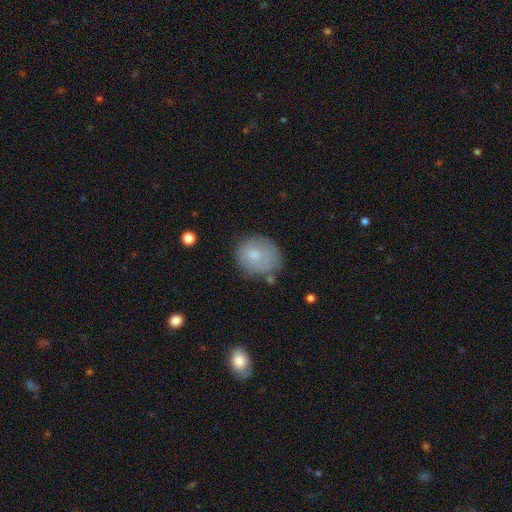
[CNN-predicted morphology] The model was most divided on "how rounded": round: 67%, in between: 32%, cigar-shaped: 1%. More confident: smooth or featured — smooth (75%); merging — none (62%).